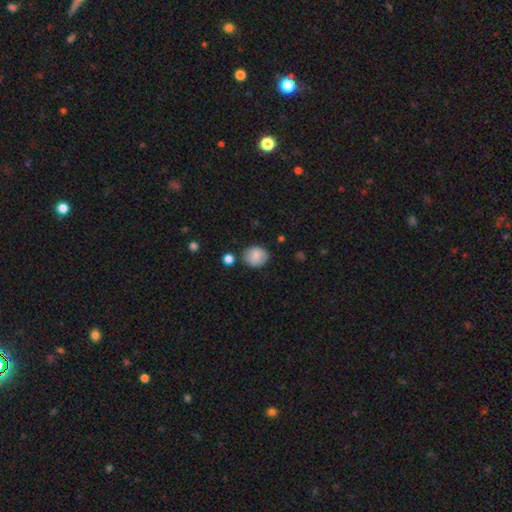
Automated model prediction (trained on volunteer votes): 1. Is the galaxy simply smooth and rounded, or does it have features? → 84% smooth, 8% featured or disk, 8% star or artifact.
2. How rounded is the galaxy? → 67% round, 32% in between, 1% cigar-shaped.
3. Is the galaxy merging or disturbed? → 79% none, 13% minor disturbance, 4% merger, 3% major disturbance.